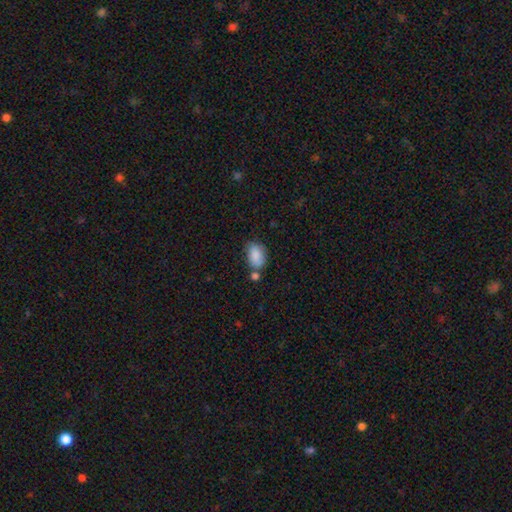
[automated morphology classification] smooth-or-featured: smooth: 85% | featured or disk: 8% | star or artifact: 7%
  how-rounded: in between: 86% | round: 13% | cigar-shaped: 1%
  merging: none: 53% | minor disturbance: 23% | merger: 18% | major disturbance: 6%